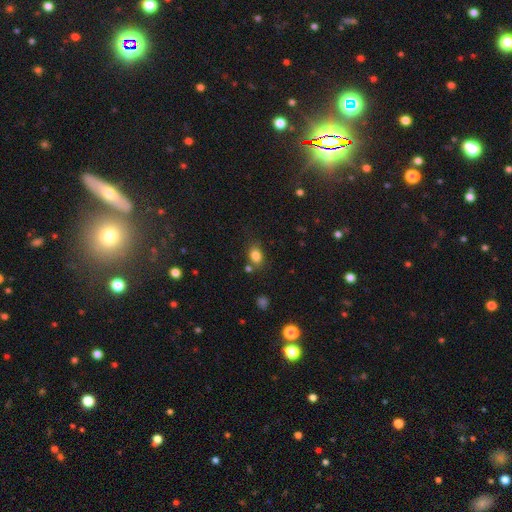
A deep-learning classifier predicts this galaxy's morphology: Smooth or featured? Predicted: smooth (p=0.82). How rounded? Predicted: in between (p=0.70). Merging? Predicted: none (p=0.73).